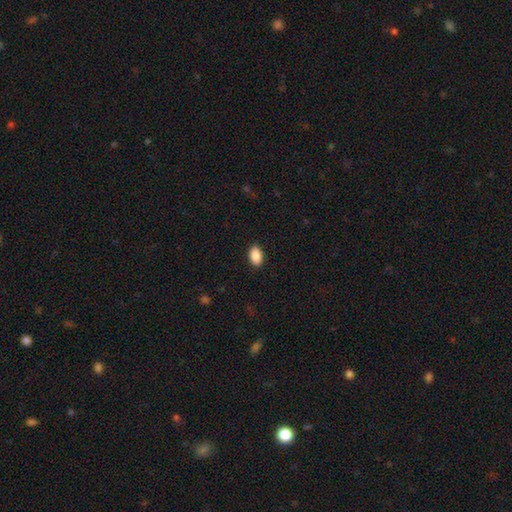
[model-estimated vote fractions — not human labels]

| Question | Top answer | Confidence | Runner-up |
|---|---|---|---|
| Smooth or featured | smooth | 90% | star or artifact (7%) |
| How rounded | in between | 92% | round (6%) |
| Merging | none | 90% | minor disturbance (7%) |